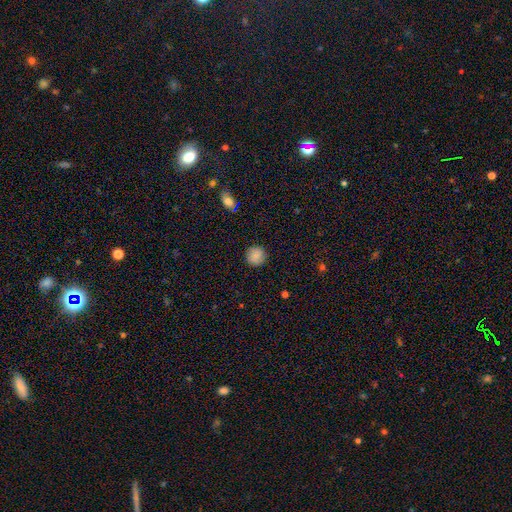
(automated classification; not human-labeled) Morphology: type=smooth (85%); roundness=round (93%); merging=none (90%).